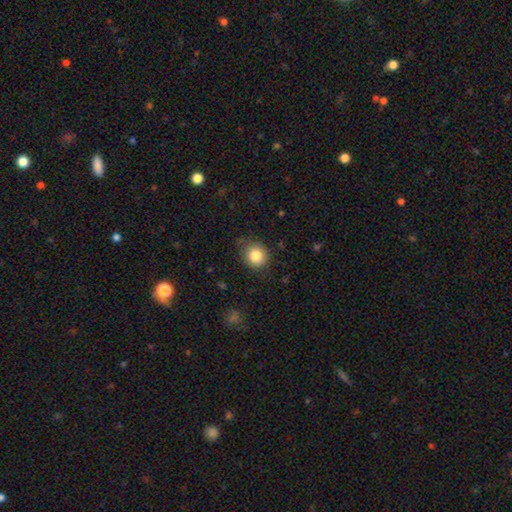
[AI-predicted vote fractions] Smooth or featured? Predicted: smooth (p=0.83). How rounded? Predicted: round (p=0.86). Merging? Predicted: none (p=0.79).